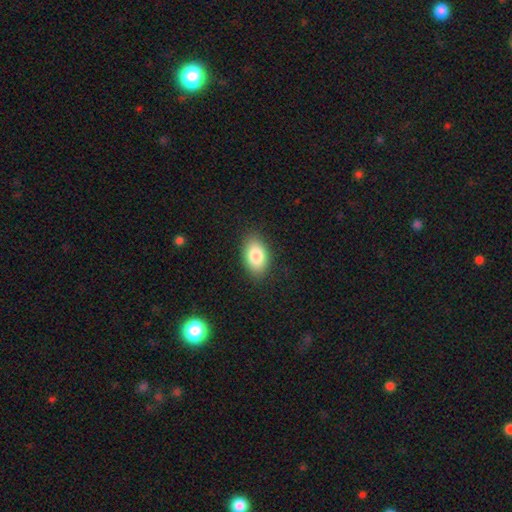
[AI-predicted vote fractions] smooth_or_featured: smooth (p=0.85) [alt: featured or disk p=0.08]
how_rounded: in between (p=0.91) [alt: round p=0.07]
merging: none (p=0.87) [alt: minor disturbance p=0.09]